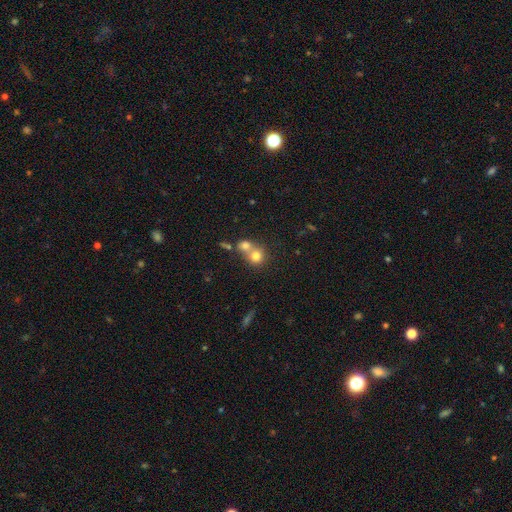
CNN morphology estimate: Smooth or featured: smooth — 75% (featured or disk — 14%)
How rounded: round — 82% (in between — 17%)
Merging: merger — 59% (none — 32%)